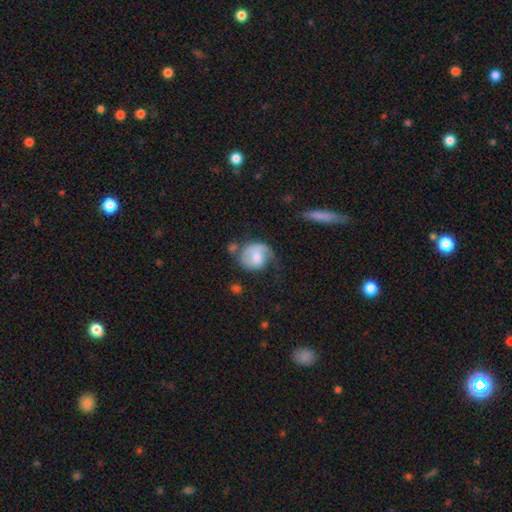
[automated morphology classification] This appears to be a smooth galaxy with no disk features (49%). Merging: none (40%).